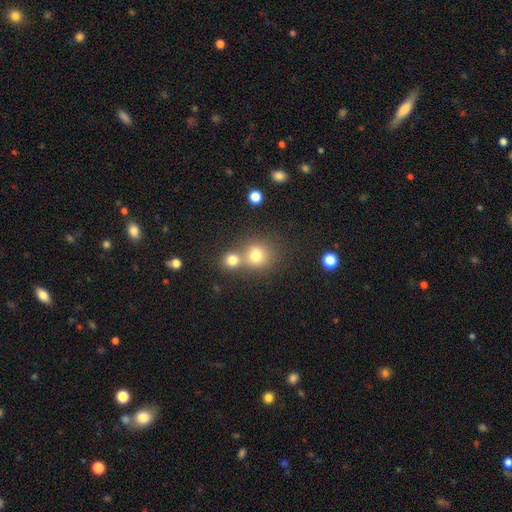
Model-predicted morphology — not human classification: Overall: smooth (77%). How rounded: round (85%). Merging: none (49%; merger 40%).